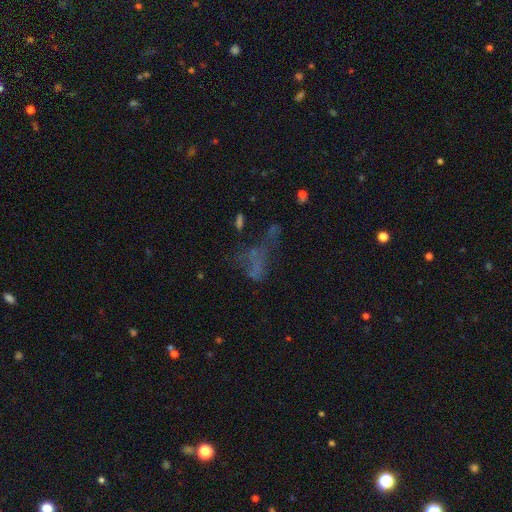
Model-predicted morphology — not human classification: Smooth or featured: star or artifact — 35% (featured or disk — 34%)